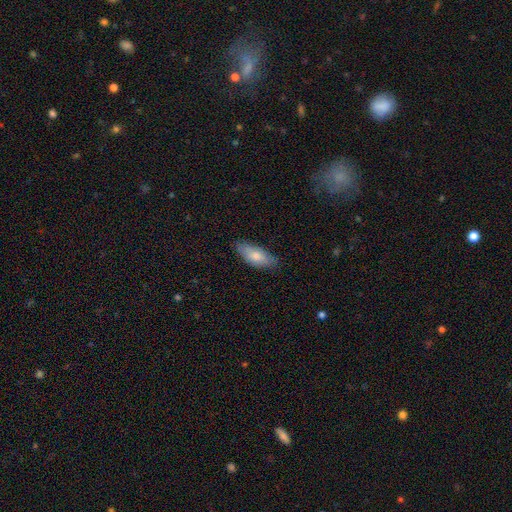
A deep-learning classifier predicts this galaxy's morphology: smooth_or_featured: smooth (p=0.76) [alt: featured or disk p=0.18]
how_rounded: in between (p=0.80) [alt: cigar-shaped p=0.18]
merging: none (p=0.76) [alt: minor disturbance p=0.19]